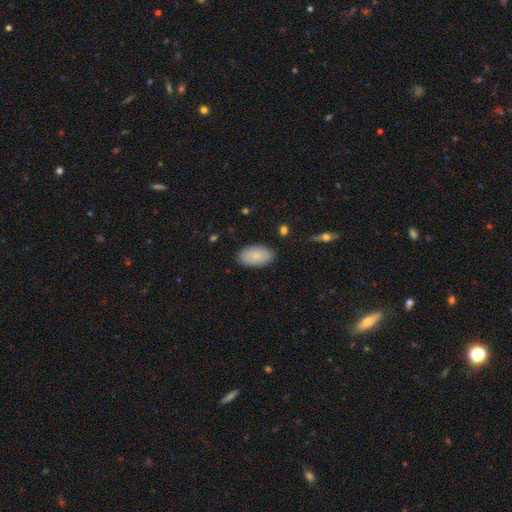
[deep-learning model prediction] A smooth galaxy with no disk features (84%) that is in between round and cigar-shaped (95%).

Vote fractions:
- Smooth or featured? smooth: 84% / featured or disk: 9% / star or artifact: 6%
- How rounded? in between: 95% / round: 3% / cigar-shaped: 2%
- Merging? none: 87% / minor disturbance: 10% / major disturbance: 2% / merger: 1%